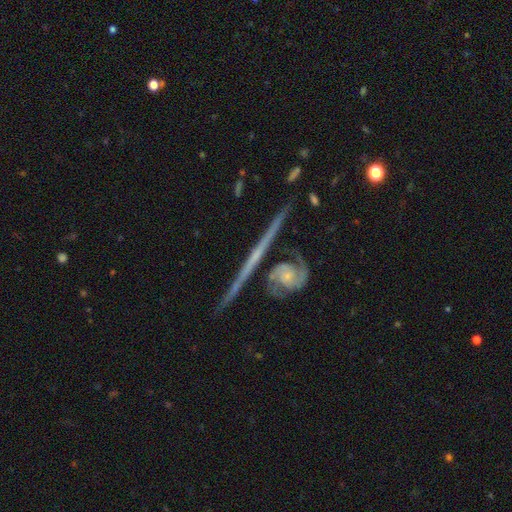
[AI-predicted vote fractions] Q: Smooth or featured?
A: featured or disk (84%); runner-up: smooth (9%)
Q: Edge-on disk?
A: yes (72%); runner-up: no (28%)
Q: Edge-on bulge?
A: none (63%); runner-up: rounded (30%)
Q: Merging?
A: none (68%); runner-up: minor disturbance (13%)